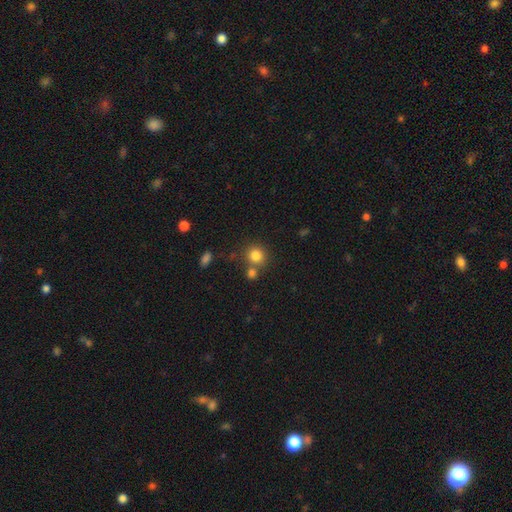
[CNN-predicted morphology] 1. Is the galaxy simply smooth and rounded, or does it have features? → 82% smooth, 12% star or artifact, 6% featured or disk.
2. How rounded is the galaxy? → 88% round, 11% in between, 1% cigar-shaped.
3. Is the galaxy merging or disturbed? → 67% none, 21% merger, 9% minor disturbance, 3% major disturbance.